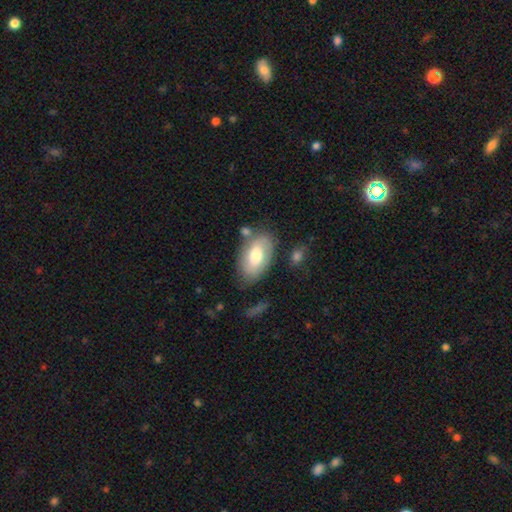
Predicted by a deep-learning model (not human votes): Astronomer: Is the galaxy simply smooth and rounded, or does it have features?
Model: smooth — 64%.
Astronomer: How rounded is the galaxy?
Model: in between — 93%.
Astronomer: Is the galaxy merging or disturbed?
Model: none — 69%.